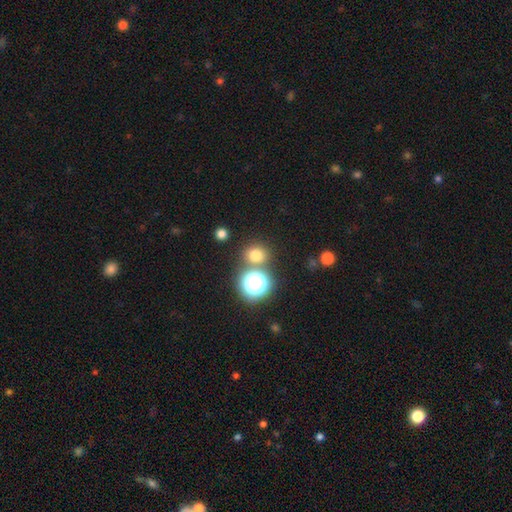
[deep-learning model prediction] Q: Smooth or featured?
A: smooth (70%); runner-up: star or artifact (23%)
Q: How rounded?
A: round (80%); runner-up: in between (19%)
Q: Merging?
A: none (74%); runner-up: merger (14%)